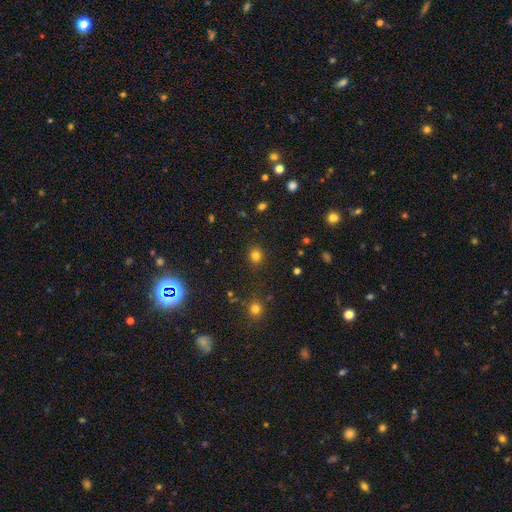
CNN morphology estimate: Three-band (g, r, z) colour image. It shows a smooth galaxy with no disk features (80%) that is round (80%). Merging: none (88%).